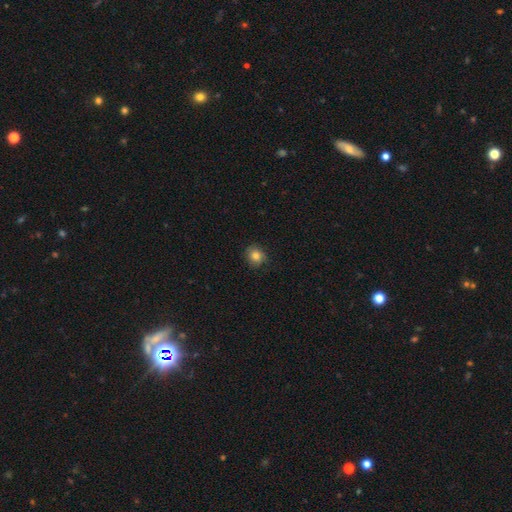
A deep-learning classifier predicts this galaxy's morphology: This is clearly a smooth galaxy (83%). How rounded: likely round (79%). Merging: clearly none (81%).